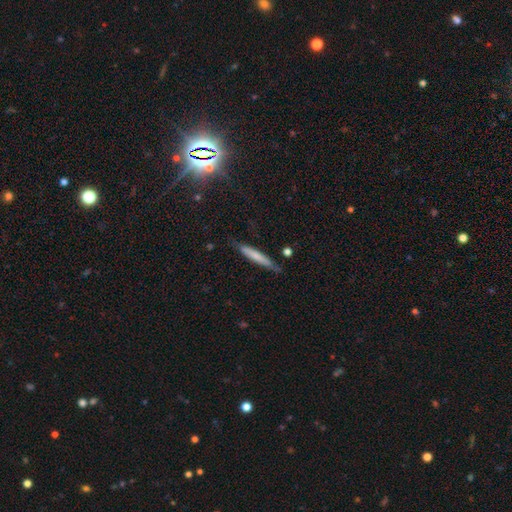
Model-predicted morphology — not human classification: smooth-or-featured: smooth: 63% | featured or disk: 31% | star or artifact: 6%
  how-rounded: cigar-shaped: 94% | in between: 5% | round: 1%
  merging: none: 77% | minor disturbance: 18% | major disturbance: 3% | merger: 2%